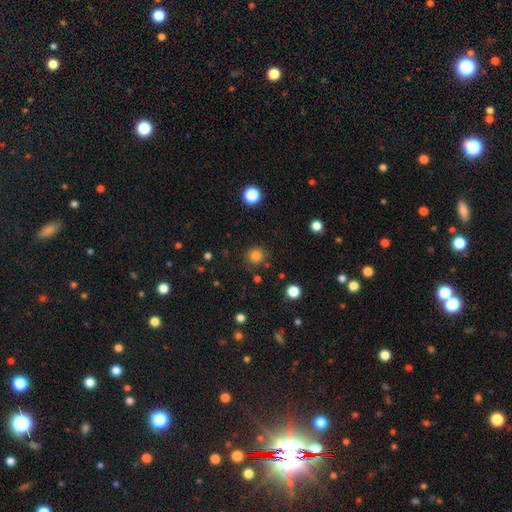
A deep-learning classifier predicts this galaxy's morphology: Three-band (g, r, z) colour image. It shows a smooth galaxy with no disk features (82%) that is round (90%). Merging: none (85%).